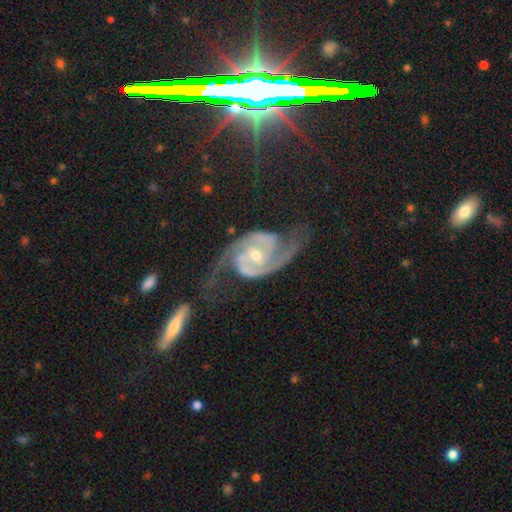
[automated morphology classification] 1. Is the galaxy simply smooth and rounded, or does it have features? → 91% featured or disk, 5% star or artifact, 3% smooth.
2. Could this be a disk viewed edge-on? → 98% no, 2% yes.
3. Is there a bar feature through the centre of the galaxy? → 48% no, 36% weak, 16% strong.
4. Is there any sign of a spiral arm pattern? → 98% yes, 2% no.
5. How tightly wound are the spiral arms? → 55% medium, 23% loose, 22% tight.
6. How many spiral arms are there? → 93% 2, 2% can't tell, 2% 3, 1% 1, 1% 4, 1% more than 4.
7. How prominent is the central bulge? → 52% small, 44% moderate, 2% large, 1% none, 1% dominant.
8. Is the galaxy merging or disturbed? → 67% none, 17% minor disturbance, 12% major disturbance, 3% merger.